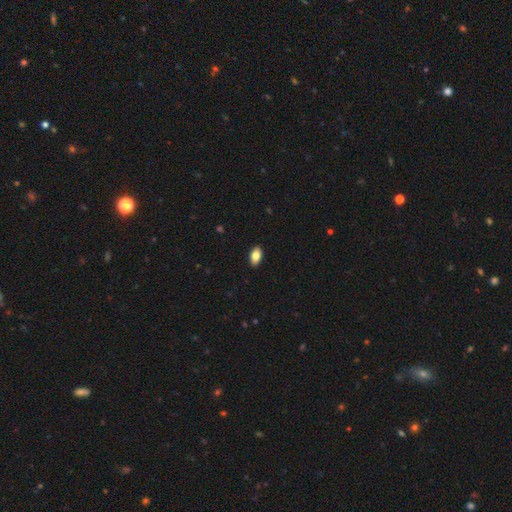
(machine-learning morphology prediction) A smooth galaxy with no disk features (81%) that is in between round and cigar-shaped (92%). Merging: none (90%).